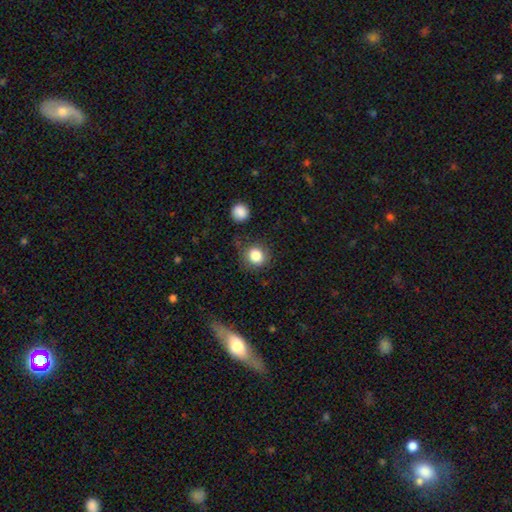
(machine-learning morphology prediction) A smooth galaxy with no disk features (84%) that is round (83%). Merging: none (76%).